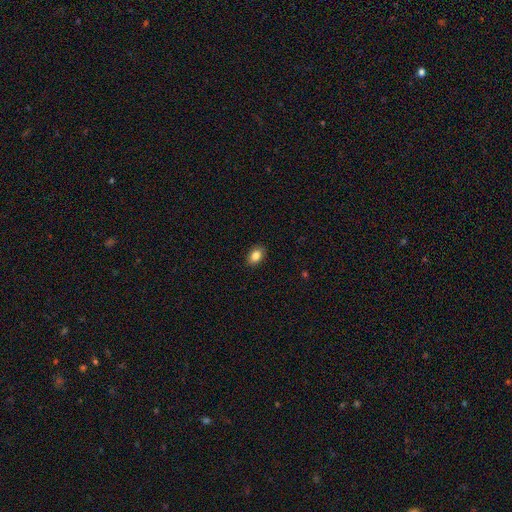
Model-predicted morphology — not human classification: This appears to be a smooth galaxy with no disk features (86%) that is in between round and cigar-shaped (82%). Merging: none (89%).